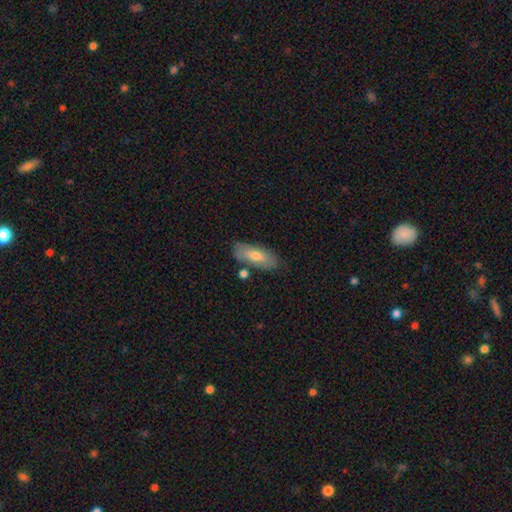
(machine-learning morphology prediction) smooth-or-featured: smooth: 60% | featured or disk: 33% | star or artifact: 7%
  how-rounded: in between: 74% | cigar-shaped: 23% | round: 3%
  merging: none: 78% | minor disturbance: 13% | merger: 6% | major disturbance: 3%